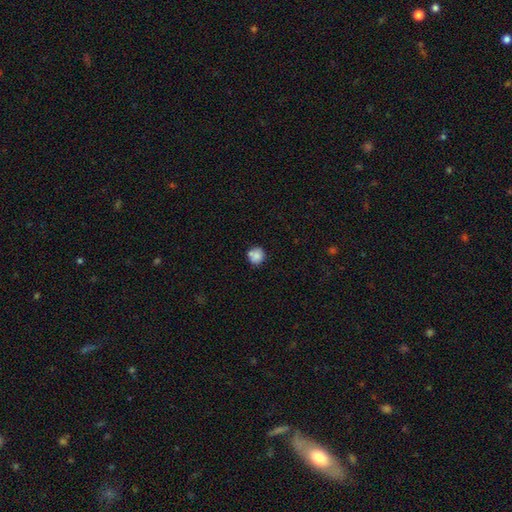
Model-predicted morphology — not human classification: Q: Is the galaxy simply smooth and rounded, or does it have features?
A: smooth — 81%.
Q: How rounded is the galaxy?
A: round — 87%.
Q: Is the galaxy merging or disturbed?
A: none — 62%.